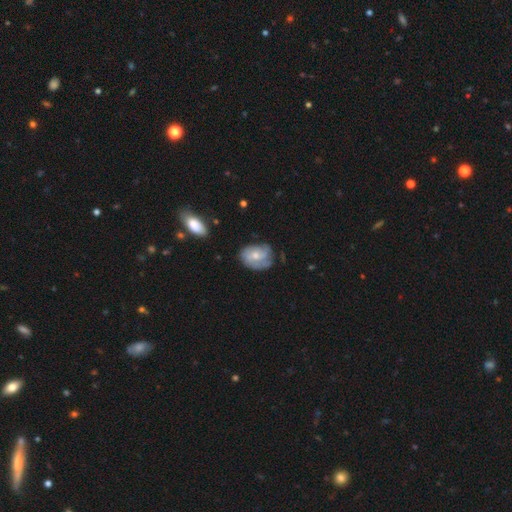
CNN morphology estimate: smooth_or_featured: featured or disk (p=0.59) [alt: smooth p=0.34]
disk_edge_on: no (p=0.97) [alt: yes p=0.03]
bar: no (p=0.72) [alt: weak p=0.24]
has_spiral_arms: yes (p=0.78) [alt: no p=0.22]
bulge_size: small (p=0.47) [tied with: moderate p=0.47]
merging: none (p=0.55) [alt: minor disturbance p=0.30]